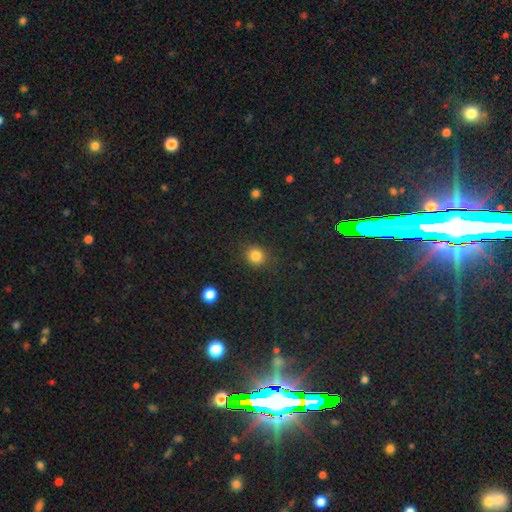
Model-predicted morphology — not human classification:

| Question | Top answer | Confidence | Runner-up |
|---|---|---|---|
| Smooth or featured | smooth | 84% | star or artifact (12%) |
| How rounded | round | 82% | in between (17%) |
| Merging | none | 85% | minor disturbance (10%) |